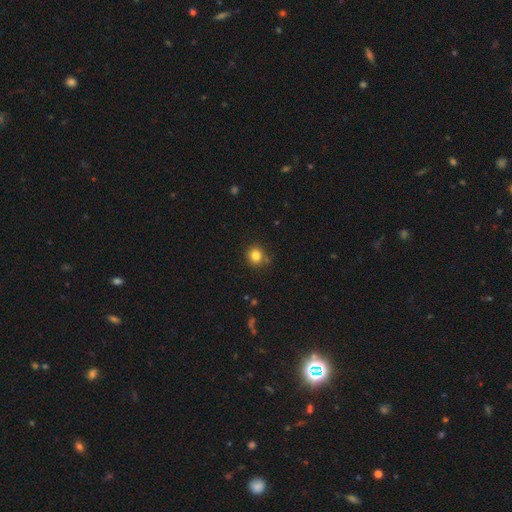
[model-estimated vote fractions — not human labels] Smooth or featured? smooth (82%)
How rounded? round (87%)
Merging? none (83%)